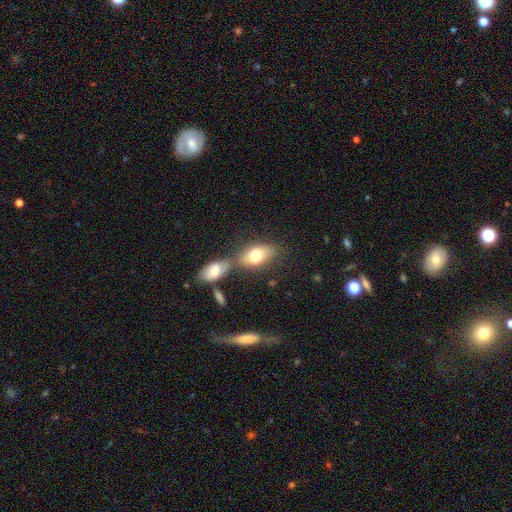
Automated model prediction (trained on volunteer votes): Smooth or featured? Predicted: smooth (p=0.71). How rounded? Predicted: in between (p=0.86). Merging? Predicted: none (p=0.46).